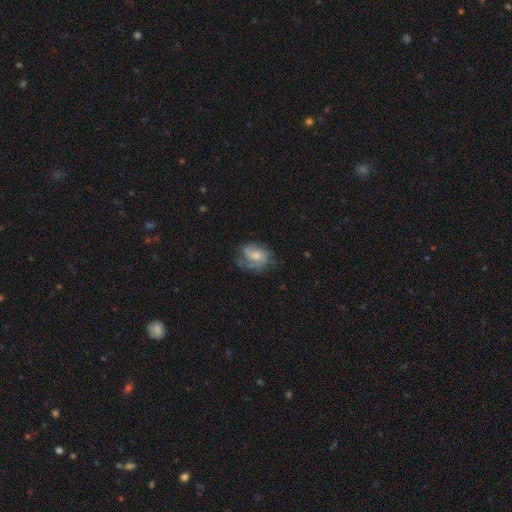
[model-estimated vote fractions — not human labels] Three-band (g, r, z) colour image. It shows a featured or disk galaxy (71%) with no bar (59%), 2 (40%) medium (45%) spiral arms (91%) and a moderate central bulge (45%). Merging: none (58%).